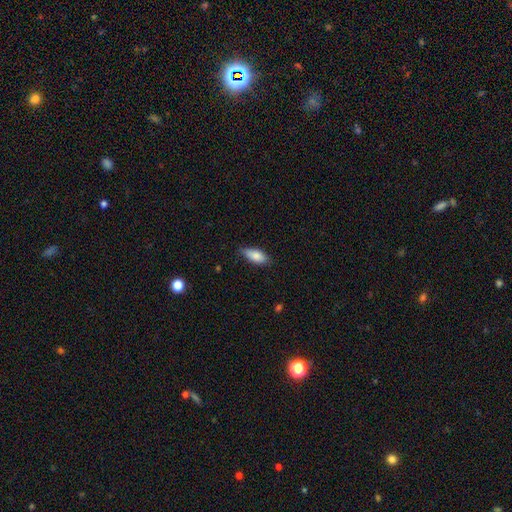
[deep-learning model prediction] A smooth galaxy with no disk features (84%) that is in between round and cigar-shaped (79%). Merging: none (78%).